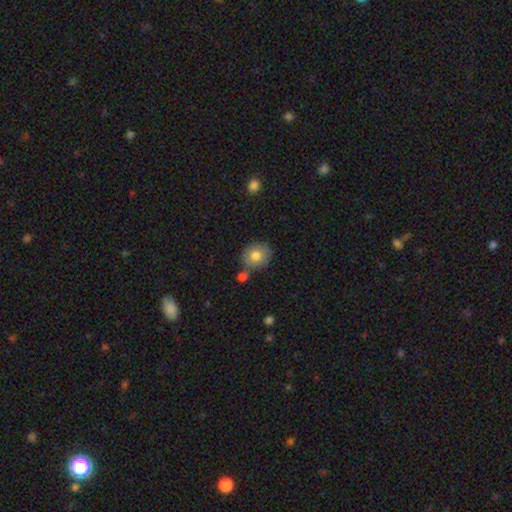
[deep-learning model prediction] Overall: smooth (77%). How rounded: round (77%). Merging: none (70%).